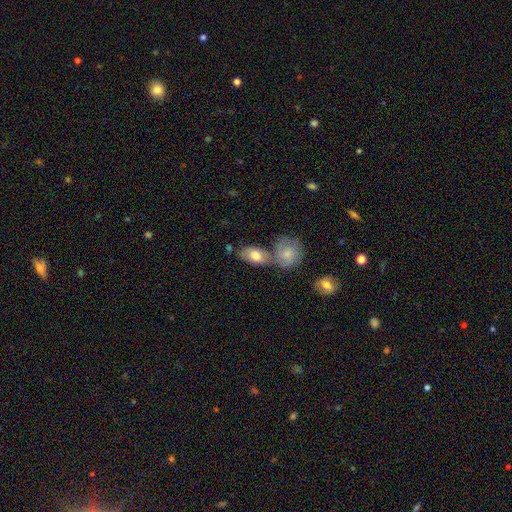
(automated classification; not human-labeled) Q: Smooth or featured?
A: smooth (75%); runner-up: featured or disk (19%)
Q: How rounded?
A: in between (88%); runner-up: round (9%)
Q: Merging?
A: none (45%); runner-up: merger (38%)